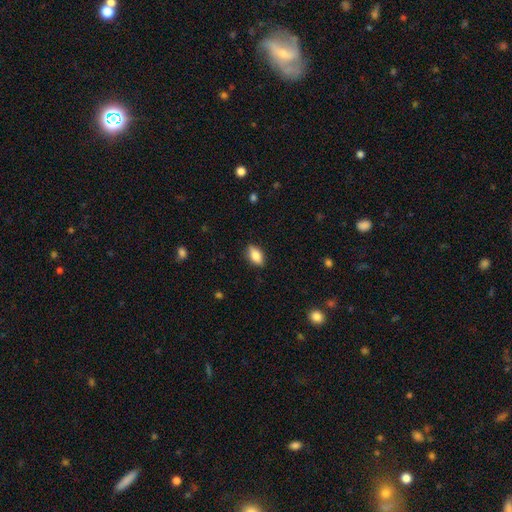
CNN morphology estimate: Q: Smooth or featured?
A: smooth (82%); runner-up: featured or disk (11%)
Q: How rounded?
A: in between (88%); runner-up: cigar-shaped (6%)
Q: Merging?
A: none (86%); runner-up: minor disturbance (11%)